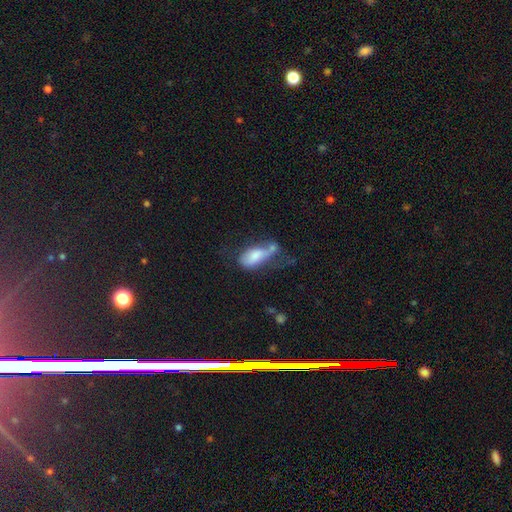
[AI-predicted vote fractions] Q: Smooth or featured?
A: smooth (68%); runner-up: featured or disk (24%)
Q: How rounded?
A: in between (84%); runner-up: cigar-shaped (12%)
Q: Merging?
A: major disturbance (32%); runner-up: merger (31%)